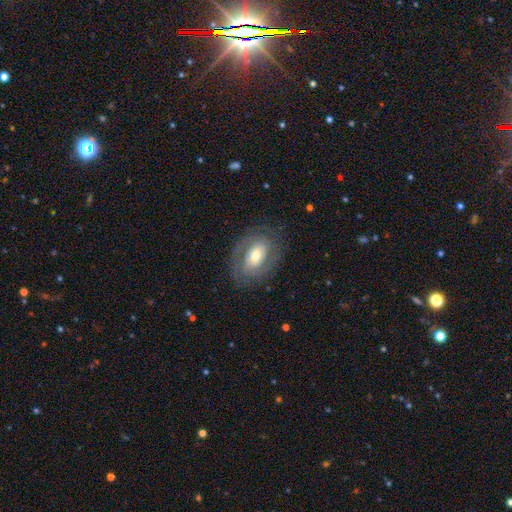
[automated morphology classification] Smooth or featured? featured or disk (70%)
Edge-on disk? no (94%)
Bar? no (41%)
Spiral arms? yes (78%)
Spiral winding? tight (56%)
Spiral arm count? 2 (58%)
Bulge size? moderate (61%)
Merging? none (77%)